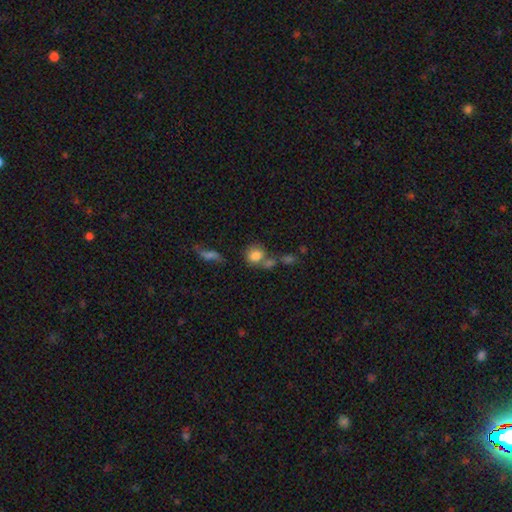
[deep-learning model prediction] Smooth or featured?
  - smooth: 80% *
  - featured or disk: 10%
  - star or artifact: 10%
How rounded?
  - round: 72% *
  - in between: 26%
  - cigar-shaped: 2%
Merging?
  - none: 47% *
  - merger: 34%
  - minor disturbance: 13%
  - major disturbance: 6%